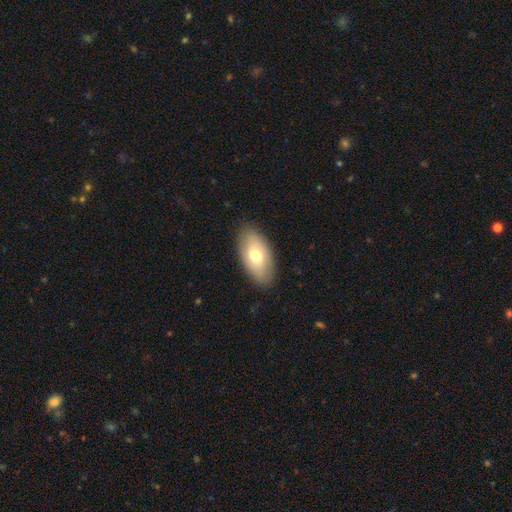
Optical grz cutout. It shows a smooth galaxy with no disk features (56%) that is in between round and cigar-shaped (91%). Merging: none (92%).